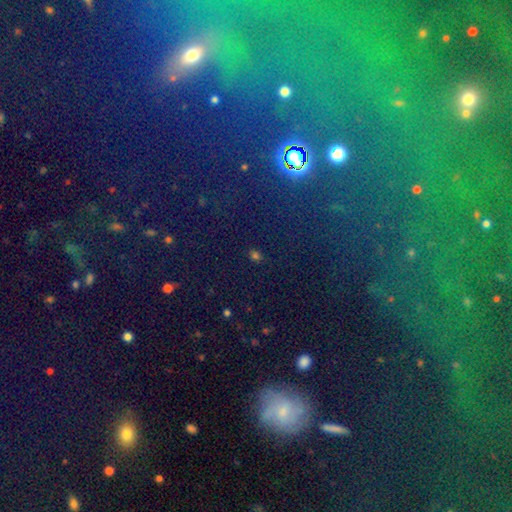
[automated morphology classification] Smooth or featured? star or artifact (70%)